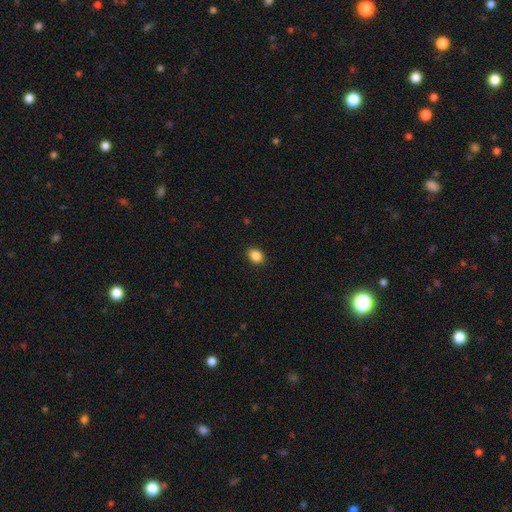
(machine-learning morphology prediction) type=smooth (88%); roundness=in between (67%); merging=none (90%).